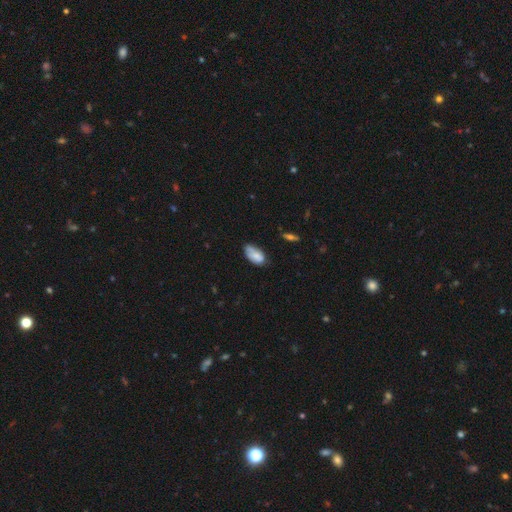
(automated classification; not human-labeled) Morphology: type=smooth (76%); roundness=in between (92%); merging=none (53%).